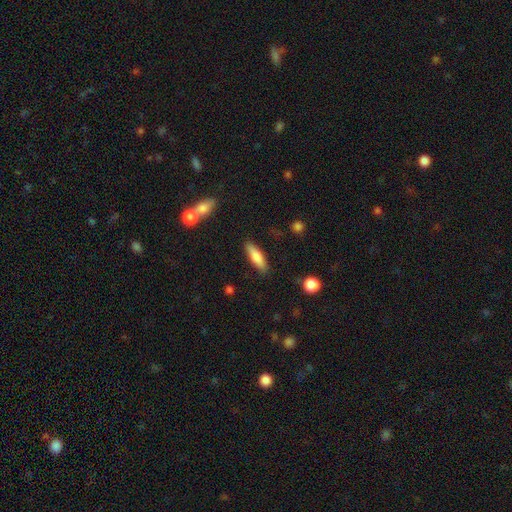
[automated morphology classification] smooth-or-featured: smooth: 78% | featured or disk: 15% | star or artifact: 6%
  how-rounded: cigar-shaped: 55% | in between: 43% | round: 2%
  merging: none: 85% | minor disturbance: 10% | major disturbance: 3% | merger: 2%